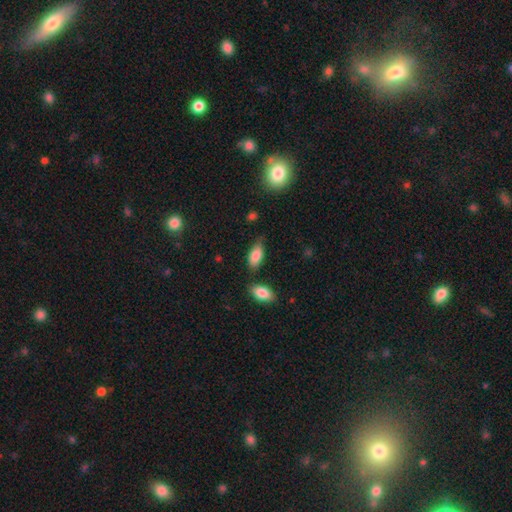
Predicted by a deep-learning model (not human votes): Smooth or featured: smooth — 85% (featured or disk — 8%)
How rounded: in between — 90% (cigar-shaped — 7%)
Merging: none — 68% (minor disturbance — 22%)